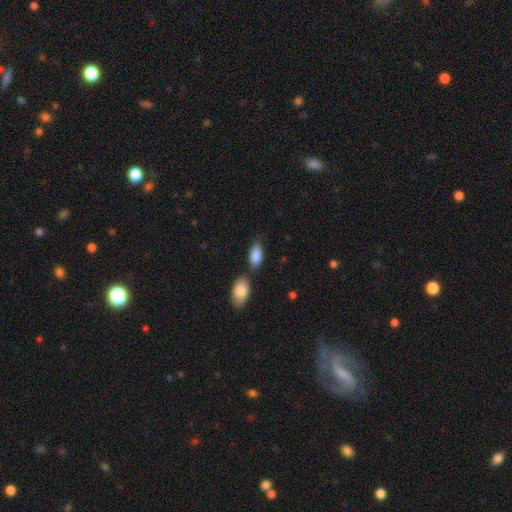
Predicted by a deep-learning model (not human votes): A smooth galaxy with no disk features (89%) that is in between round and cigar-shaped (92%).

Vote fractions:
- Smooth or featured? smooth: 89% / star or artifact: 6% / featured or disk: 5%
- How rounded? in between: 92% / cigar-shaped: 6% / round: 3%
- Merging? none: 60% / merger: 21% / minor disturbance: 15% / major disturbance: 4%